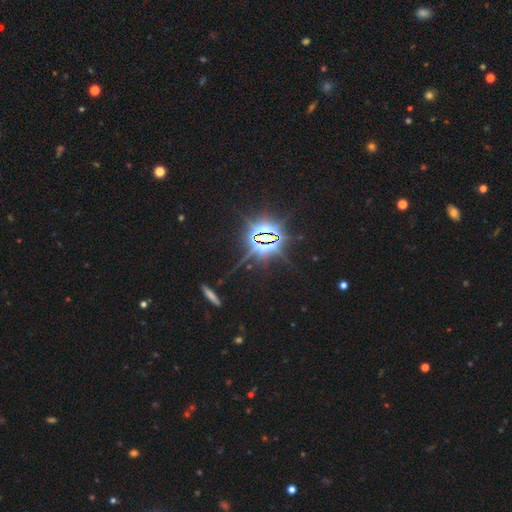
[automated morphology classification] Smooth or featured? star or artifact (84%)